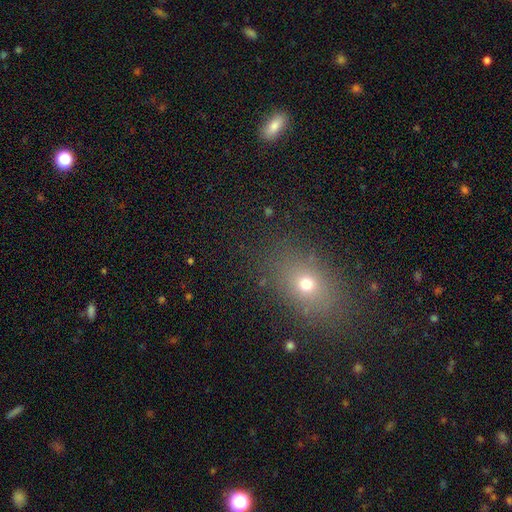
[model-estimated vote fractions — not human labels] Smooth or featured? Predicted: smooth (p=0.61). How rounded? Predicted: in between (p=0.67). Merging? Predicted: none (p=0.87).